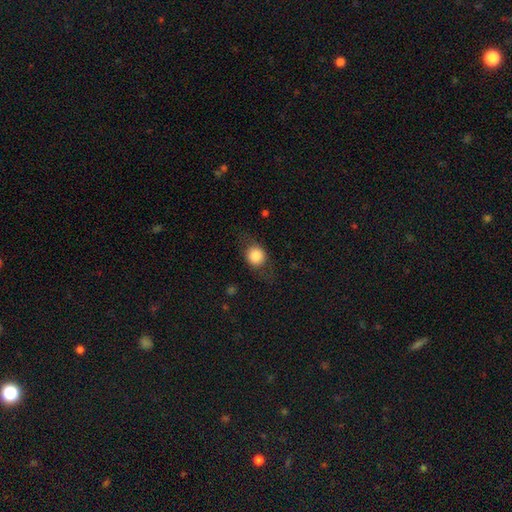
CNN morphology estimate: A smooth galaxy with no disk features (78%) that is round (74%).

Vote fractions:
- Smooth or featured? smooth: 78% / featured or disk: 14% / star or artifact: 8%
- How rounded? round: 74% / in between: 25% / cigar-shaped: 1%
- Merging? none: 70% / minor disturbance: 18% / major disturbance: 10% / merger: 1%